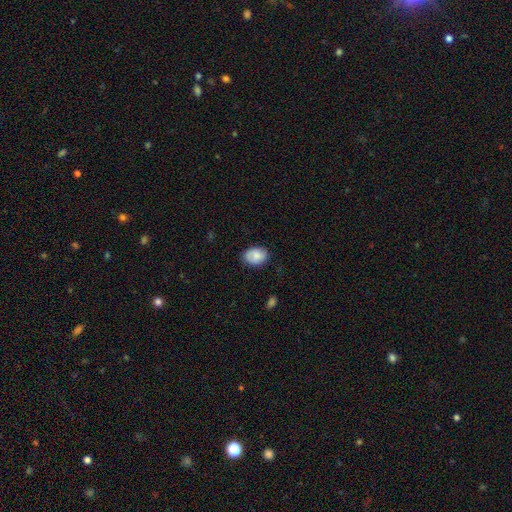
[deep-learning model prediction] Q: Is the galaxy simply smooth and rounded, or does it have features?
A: smooth — 82%.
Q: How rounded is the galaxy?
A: in between — 74%.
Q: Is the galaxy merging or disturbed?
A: none — 79%.